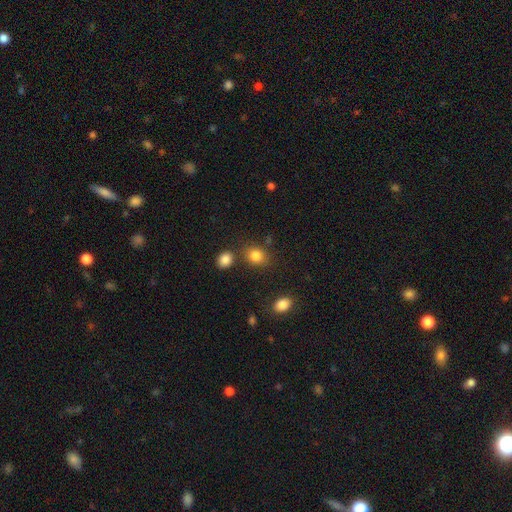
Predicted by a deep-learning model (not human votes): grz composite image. It shows a smooth galaxy with no disk features (83%) that is round (55%). Merging: none (73%).